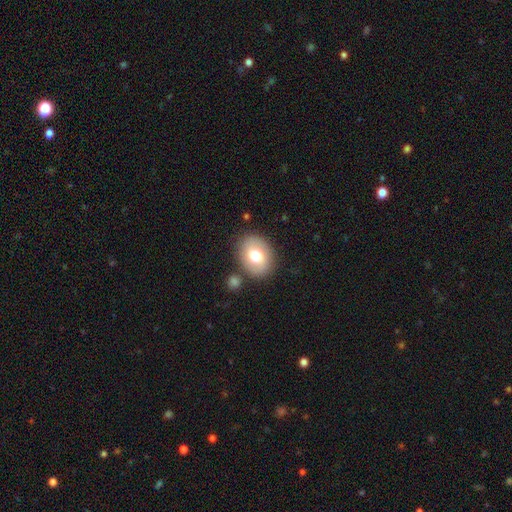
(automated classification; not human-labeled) smooth 65%, featured or disk 28%, star or artifact 7%. Down the decision tree: how rounded — in between (57%); merging — none (80%).